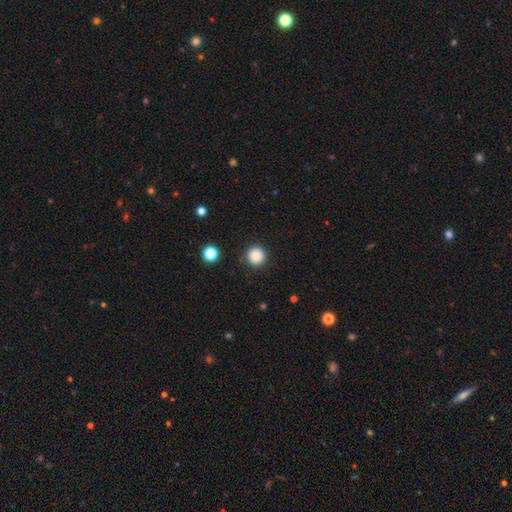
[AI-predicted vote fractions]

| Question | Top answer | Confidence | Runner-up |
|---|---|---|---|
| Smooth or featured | smooth | 87% | star or artifact (10%) |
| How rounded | round | 95% | in between (4%) |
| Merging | none | 90% | minor disturbance (6%) |